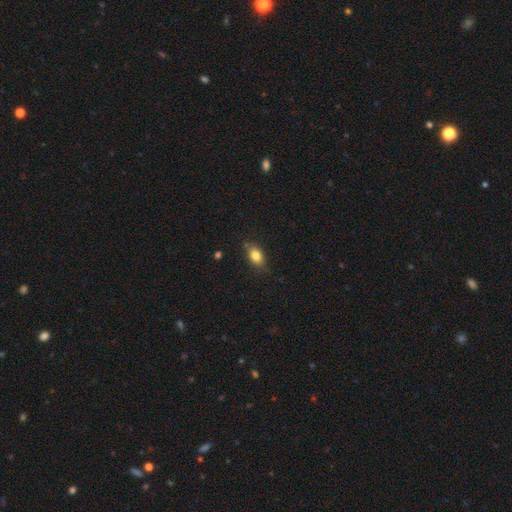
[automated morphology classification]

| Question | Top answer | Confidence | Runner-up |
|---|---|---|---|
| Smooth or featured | smooth | 83% | star or artifact (9%) |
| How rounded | in between | 81% | round (17%) |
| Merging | none | 80% | minor disturbance (15%) |